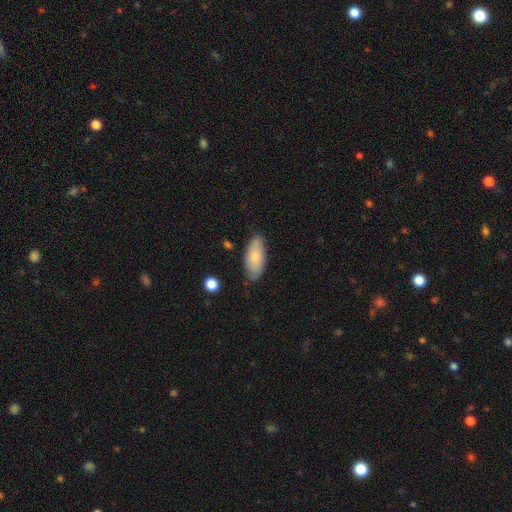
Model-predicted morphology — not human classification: Smooth or featured? Predicted: smooth (p=0.72). How rounded? Predicted: in between (p=0.88). Merging? Predicted: none (p=0.76).